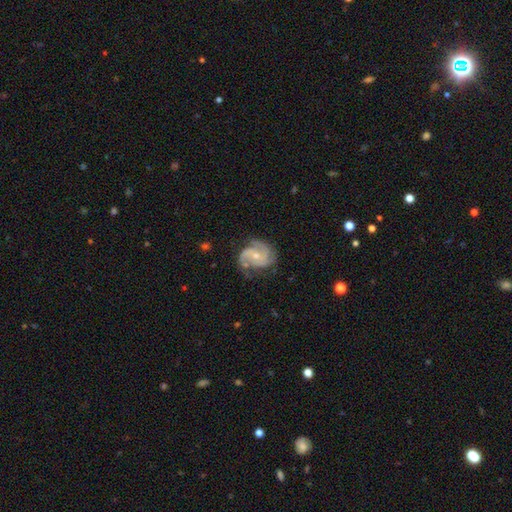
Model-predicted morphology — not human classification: A featured or disk galaxy (87%) with no bar (66%), 2 (42%) medium (49%) spiral arms (97%) and a small central bulge (55%). Merging: none (67%).